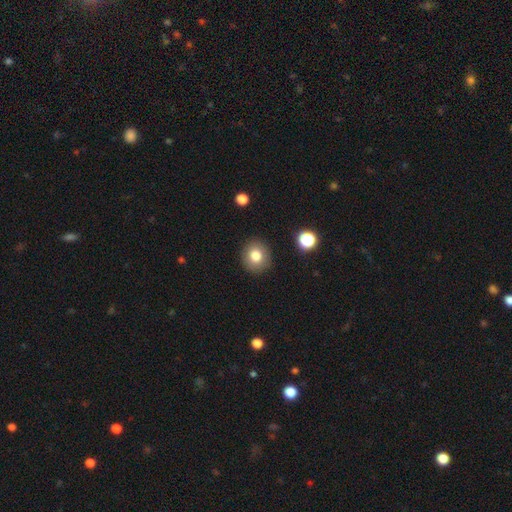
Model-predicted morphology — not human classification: This appears to be a smooth galaxy with no disk features (80%) that is round (86%). Merging: none (89%).